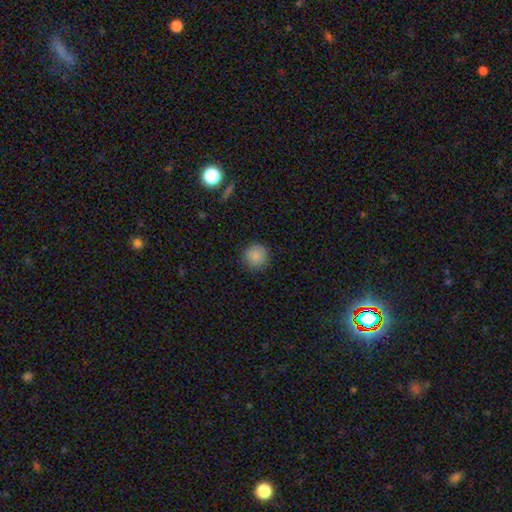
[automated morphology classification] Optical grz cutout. It shows a smooth galaxy with no disk features (86%) that is round (94%). Merging: none (90%).